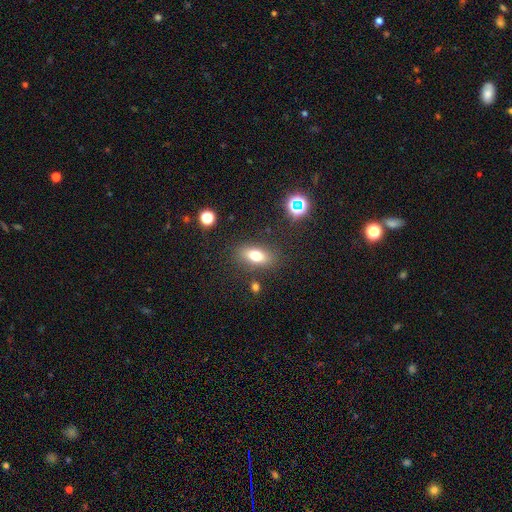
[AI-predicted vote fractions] The model was most divided on "smooth or featured": smooth: 72%, featured or disk: 16%, star or artifact: 11%. More confident: merging — none (82%); how rounded — in between (78%).